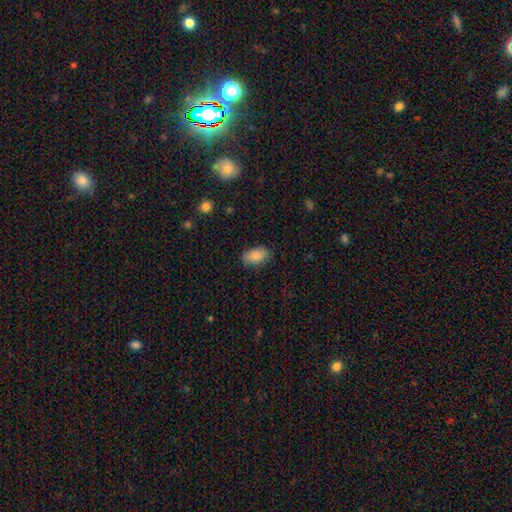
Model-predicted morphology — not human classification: A smooth galaxy with no disk features (87%) that is in between round and cigar-shaped (93%).

Vote fractions:
- Smooth or featured? smooth: 87% / star or artifact: 7% / featured or disk: 6%
- How rounded? in between: 93% / round: 4% / cigar-shaped: 3%
- Merging? none: 83% / minor disturbance: 13% / major disturbance: 3% / merger: 1%